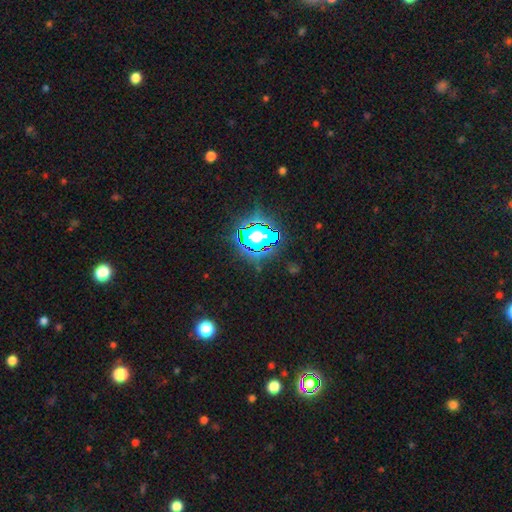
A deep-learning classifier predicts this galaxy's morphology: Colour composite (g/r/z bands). It shows a star or artifact, not a galaxy (80%).